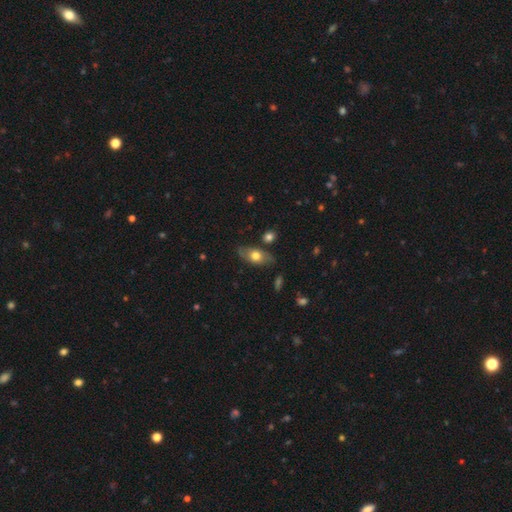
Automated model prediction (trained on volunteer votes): Smooth or featured? Predicted: smooth (p=0.59). How rounded? Predicted: in between (p=0.83). Merging? Predicted: none (p=0.77).